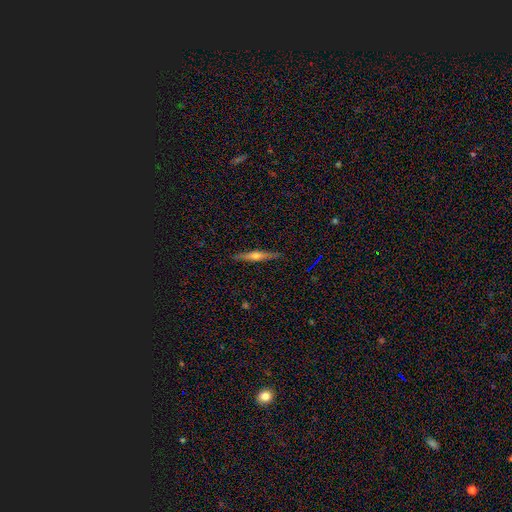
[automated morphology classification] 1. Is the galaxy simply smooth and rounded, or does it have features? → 60% featured or disk, 34% smooth, 6% star or artifact.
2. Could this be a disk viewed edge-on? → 97% yes, 3% no.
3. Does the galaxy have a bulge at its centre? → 82% rounded, 11% none, 7% boxy.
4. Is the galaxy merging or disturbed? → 90% none, 8% minor disturbance, 2% major disturbance, 1% merger.